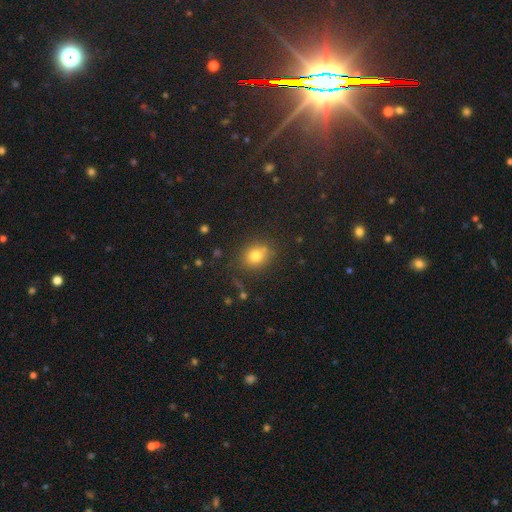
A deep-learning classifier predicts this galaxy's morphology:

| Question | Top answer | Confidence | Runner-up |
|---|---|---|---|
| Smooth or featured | smooth | 76% | star or artifact (15%) |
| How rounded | round | 67% | in between (32%) |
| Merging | none | 74% | minor disturbance (14%) |